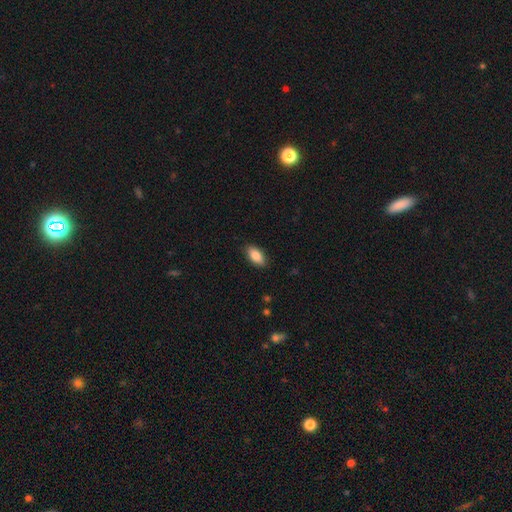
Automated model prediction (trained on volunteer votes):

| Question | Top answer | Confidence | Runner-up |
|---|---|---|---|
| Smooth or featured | smooth | 85% | featured or disk (8%) |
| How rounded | in between | 92% | cigar-shaped (5%) |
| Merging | none | 88% | minor disturbance (9%) |